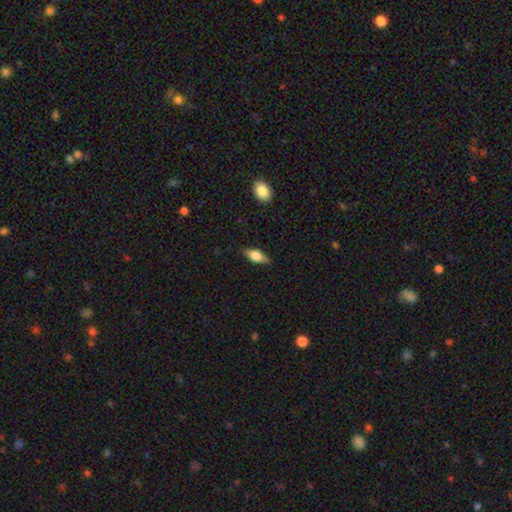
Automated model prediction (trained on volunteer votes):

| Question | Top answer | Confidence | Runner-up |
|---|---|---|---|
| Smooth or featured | smooth | 56% | featured or disk (37%) |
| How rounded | in between | 74% | cigar-shaped (20%) |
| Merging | none | 82% | minor disturbance (14%) |